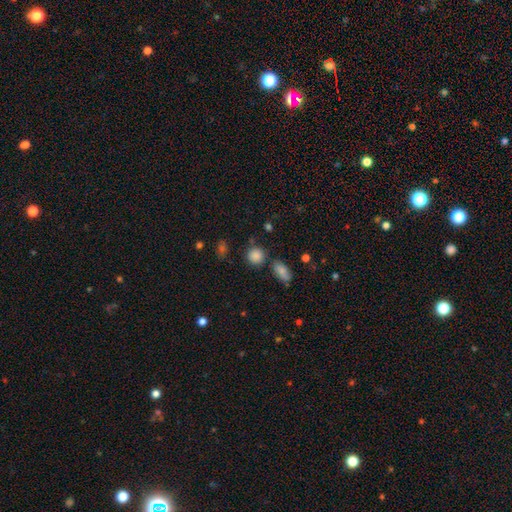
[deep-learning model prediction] The model was most divided on "merging": none: 76%, minor disturbance: 11%, merger: 9%, major disturbance: 4%. More confident: smooth or featured — smooth (85%); how rounded — round (85%).